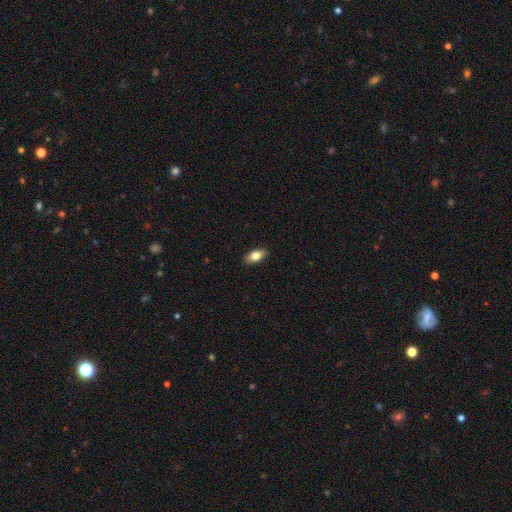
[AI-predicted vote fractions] Morphology: type=smooth (80%); roundness=in between (90%); merging=none (89%).